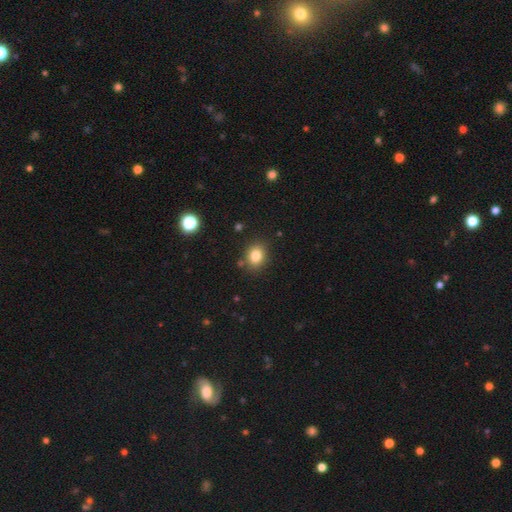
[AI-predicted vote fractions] Smooth or featured: smooth — 82% (star or artifact — 11%)
How rounded: round — 58% (in between — 42%)
Merging: none — 85% (minor disturbance — 10%)